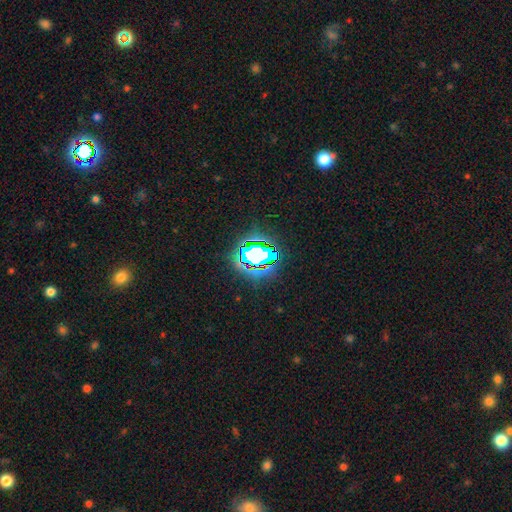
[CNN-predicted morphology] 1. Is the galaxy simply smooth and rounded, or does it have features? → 60% star or artifact, 25% smooth, 15% featured or disk.